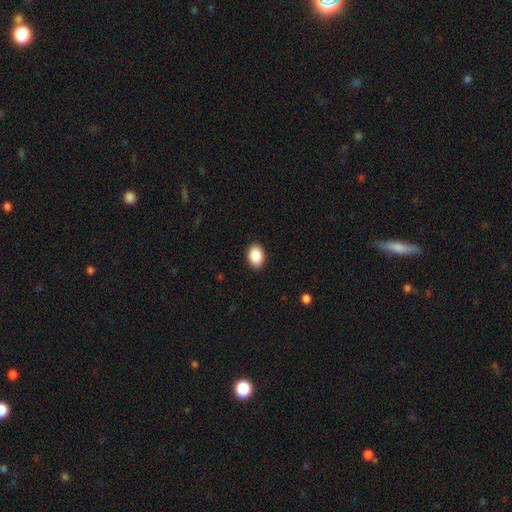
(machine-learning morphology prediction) This is clearly a smooth galaxy (89%). How rounded: clearly in between (85%). Merging: clearly none (90%).